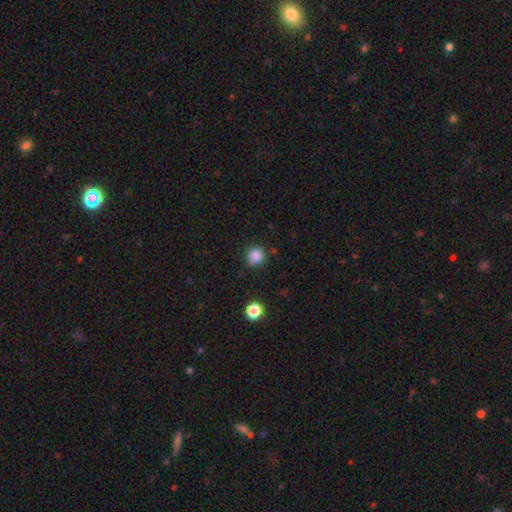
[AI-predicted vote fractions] This appears to be a smooth galaxy with no disk features (85%) that is round (91%). Merging: none (80%).